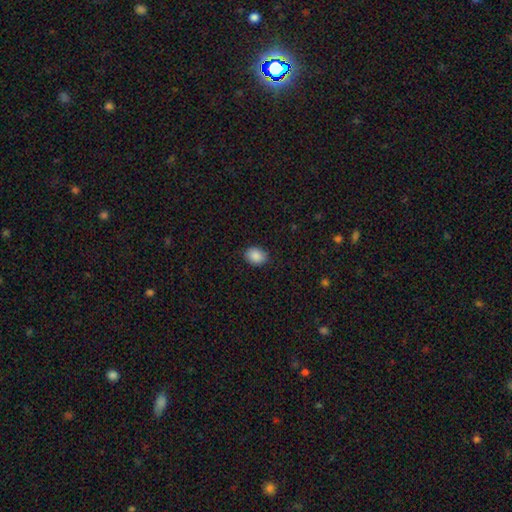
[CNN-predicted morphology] A smooth galaxy with no disk features (89%) that is in between round and cigar-shaped (63%).

Vote fractions:
- Smooth or featured? smooth: 89% / star or artifact: 8% / featured or disk: 3%
- How rounded? in between: 63% / round: 36% / cigar-shaped: 1%
- Merging? none: 87% / minor disturbance: 10% / major disturbance: 2% / merger: 1%